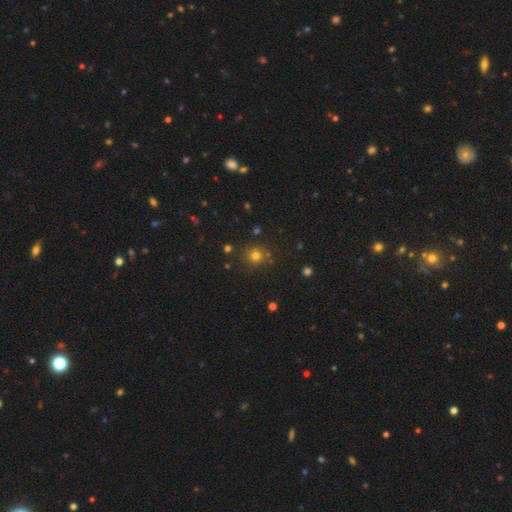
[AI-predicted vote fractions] This appears to be a smooth galaxy with no disk features (73%) that is round (92%). Merging: none (83%).